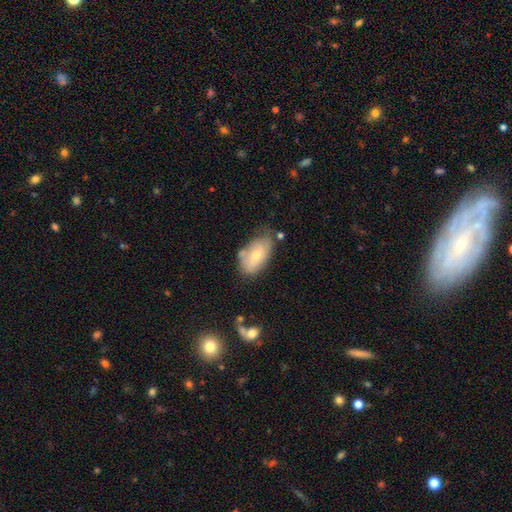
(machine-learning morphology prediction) This appears to be a smooth galaxy with no disk features (61%) that is in between round and cigar-shaped (93%). Merging: none (50%).